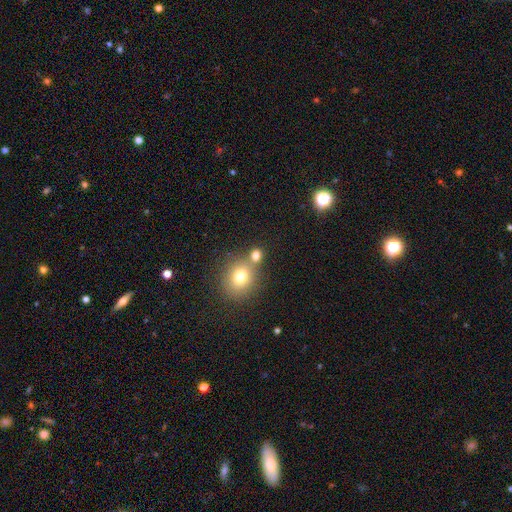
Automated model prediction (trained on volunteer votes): Q: Smooth or featured?
A: smooth (76%); runner-up: star or artifact (15%)
Q: How rounded?
A: round (77%); runner-up: in between (22%)
Q: Merging?
A: none (58%); runner-up: merger (30%)